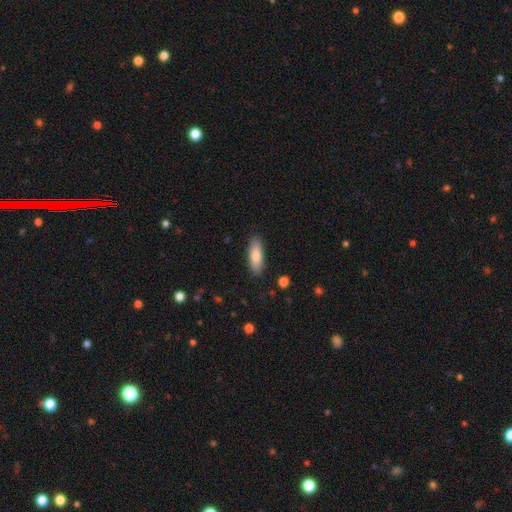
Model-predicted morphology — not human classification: type=smooth (77%); roundness=in between (61%); merging=none (88%).